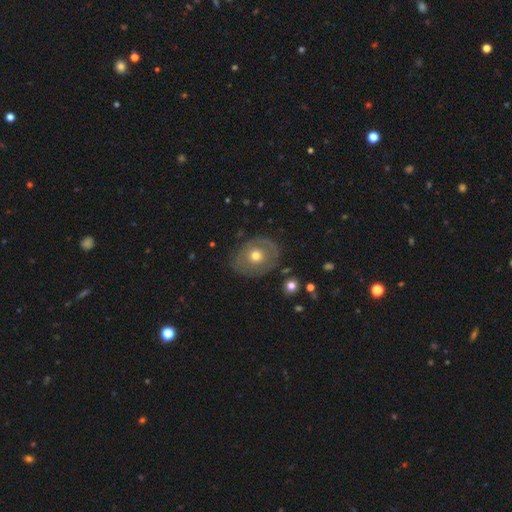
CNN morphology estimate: smooth_or_featured: smooth (p=0.47) [alt: featured or disk p=0.46]
merging: none (p=0.77) [alt: minor disturbance p=0.16]